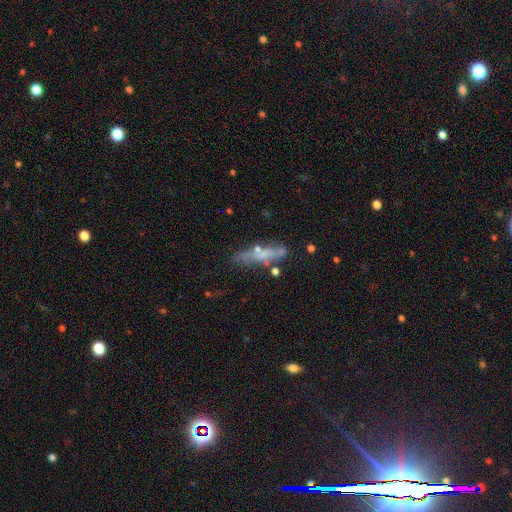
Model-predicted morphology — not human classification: Q: Smooth or featured?
A: smooth (49%); runner-up: featured or disk (41%)
Q: Merging?
A: none (50%); runner-up: minor disturbance (24%)